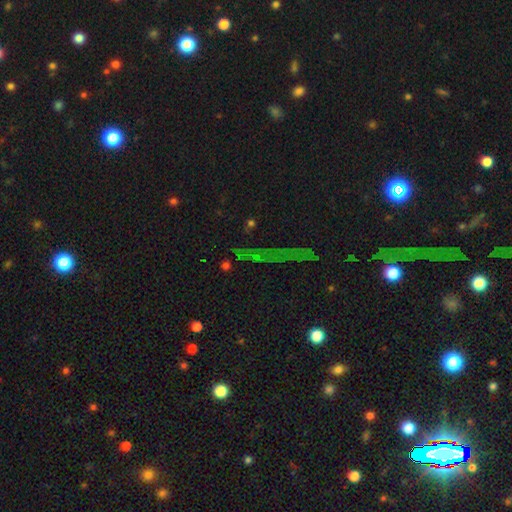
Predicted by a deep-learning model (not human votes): star or artifact 66%, smooth 19%, featured or disk 15%.